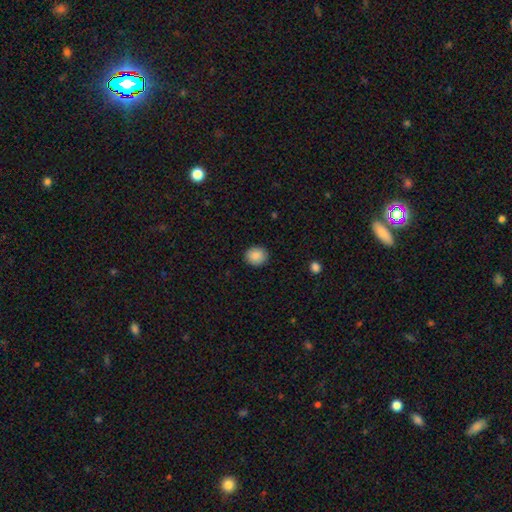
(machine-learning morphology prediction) This appears to be a smooth galaxy with no disk features (88%) that is round (74%). Merging: none (90%).